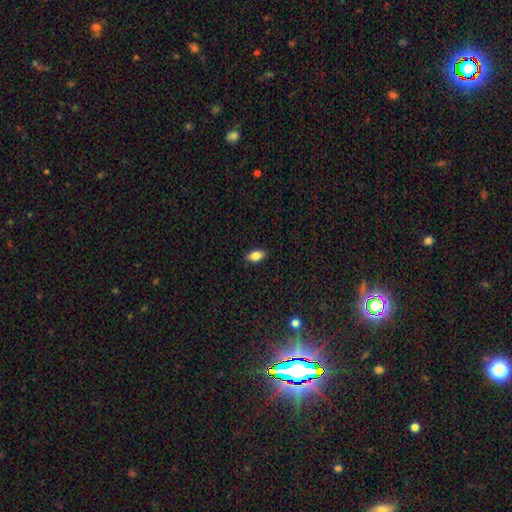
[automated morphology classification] This appears to be a smooth galaxy with no disk features (83%) that is in between round and cigar-shaped (90%). Merging: none (88%).